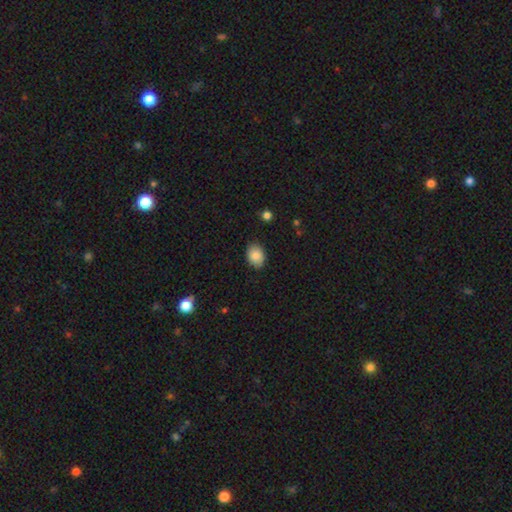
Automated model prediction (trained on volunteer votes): Smooth or featured? smooth (87%)
How rounded? in between (75%)
Merging? none (86%)